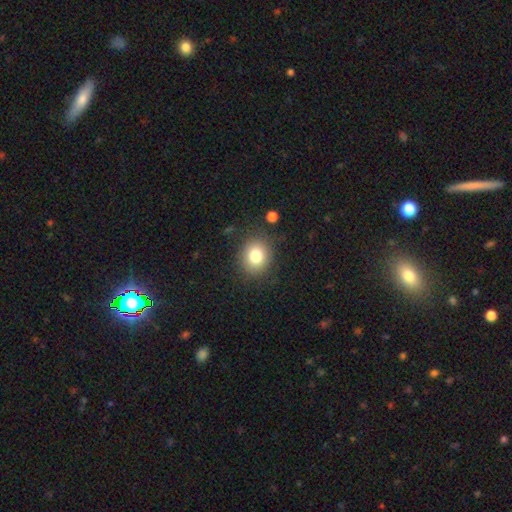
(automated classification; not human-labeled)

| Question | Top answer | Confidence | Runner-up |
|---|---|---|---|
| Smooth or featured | smooth | 80% | star or artifact (11%) |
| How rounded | round | 72% | in between (27%) |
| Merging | none | 84% | minor disturbance (10%) |